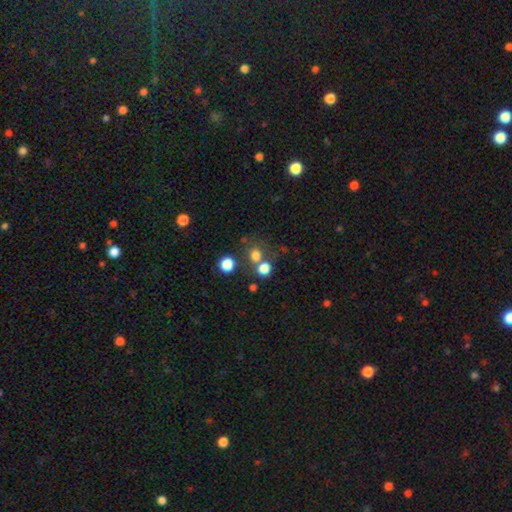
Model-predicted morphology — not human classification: smooth_or_featured: smooth (p=0.75) [alt: star or artifact p=0.17]
how_rounded: round (p=0.84) [alt: in between p=0.15]
merging: none (p=0.62) [alt: merger p=0.26]